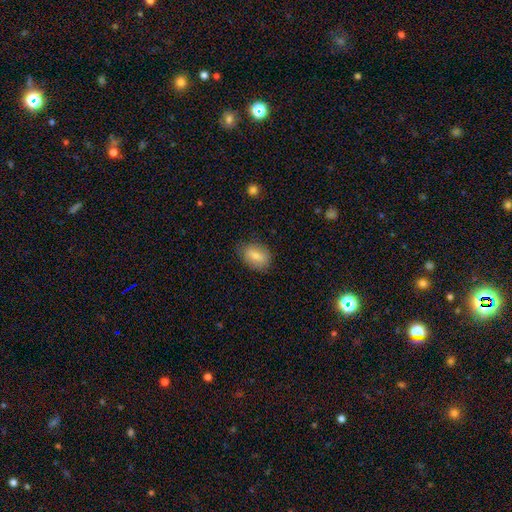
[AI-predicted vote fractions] smooth_or_featured: smooth (p=0.76) [alt: featured or disk p=0.16]
how_rounded: in between (p=0.78) [alt: round p=0.20]
merging: none (p=0.77) [alt: minor disturbance p=0.17]